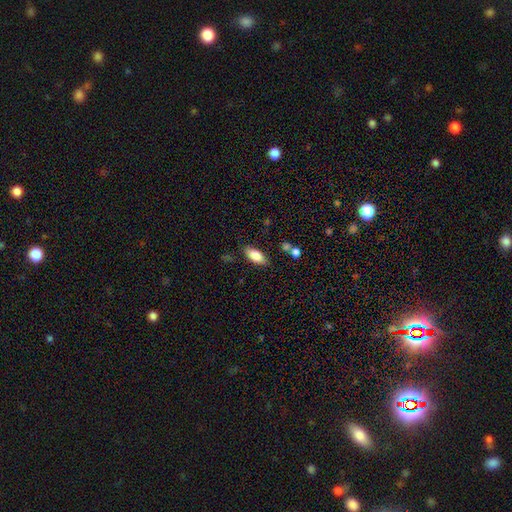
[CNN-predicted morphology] Smooth or featured? smooth (81%)
How rounded? in between (88%)
Merging? none (80%)